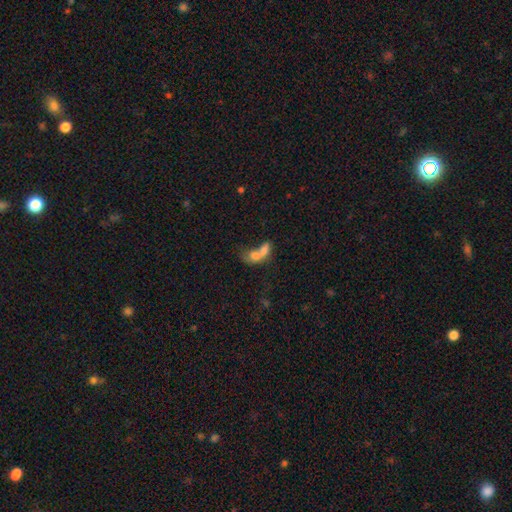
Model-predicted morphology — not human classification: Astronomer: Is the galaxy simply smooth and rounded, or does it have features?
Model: smooth — 68%.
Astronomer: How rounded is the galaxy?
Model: in between — 72%.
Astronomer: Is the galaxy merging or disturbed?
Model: merger — 76%.